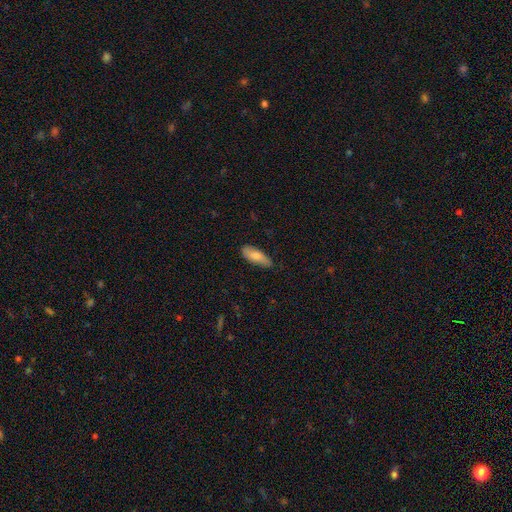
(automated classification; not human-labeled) This appears to be a smooth galaxy with no disk features (77%) that is in between round and cigar-shaped (67%). Merging: none (78%).